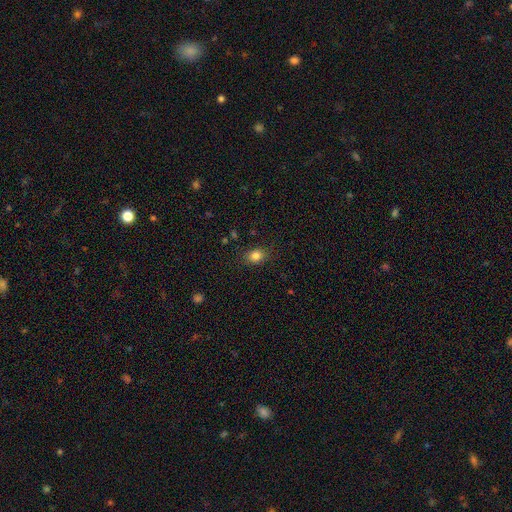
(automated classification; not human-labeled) Smooth or featured?
  - smooth: 83% *
  - star or artifact: 11%
  - featured or disk: 6%
How rounded?
  - in between: 57% *
  - round: 42%
  - cigar-shaped: 1%
Merging?
  - none: 84% *
  - minor disturbance: 12%
  - major disturbance: 3%
  - merger: 1%